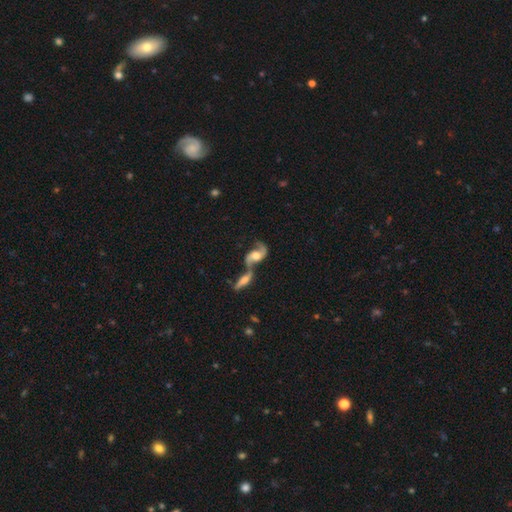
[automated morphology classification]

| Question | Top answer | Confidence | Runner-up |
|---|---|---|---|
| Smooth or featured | featured or disk | 83% | smooth (12%) |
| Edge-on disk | no | 93% | yes (7%) |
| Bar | no | 53% | weak (36%) |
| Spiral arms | yes | 95% | no (5%) |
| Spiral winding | loose | 58% | medium (34%) |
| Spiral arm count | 2 | 91% | 1 (4%) |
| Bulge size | moderate | 62% | large (18%) |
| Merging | merger | 59% | none (26%) |